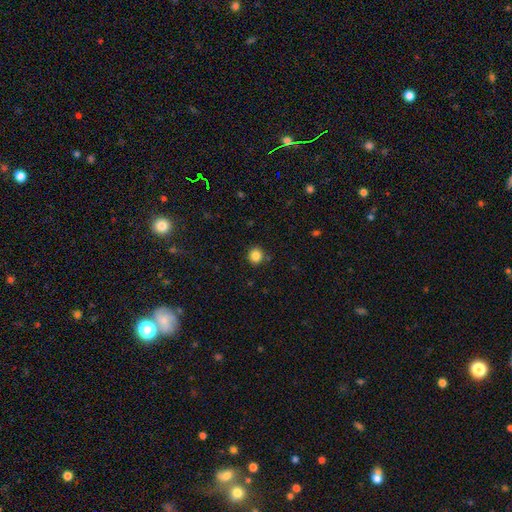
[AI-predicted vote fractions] A smooth galaxy with no disk features (85%) that is round (90%). Merging: none (89%).